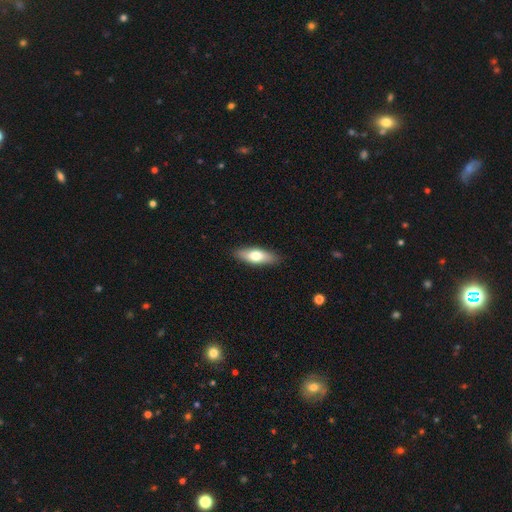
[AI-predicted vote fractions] smooth_or_featured: smooth (p=0.68) [alt: featured or disk p=0.27]
how_rounded: in between (p=0.63) [alt: cigar-shaped p=0.35]
merging: none (p=0.88) [alt: minor disturbance p=0.09]